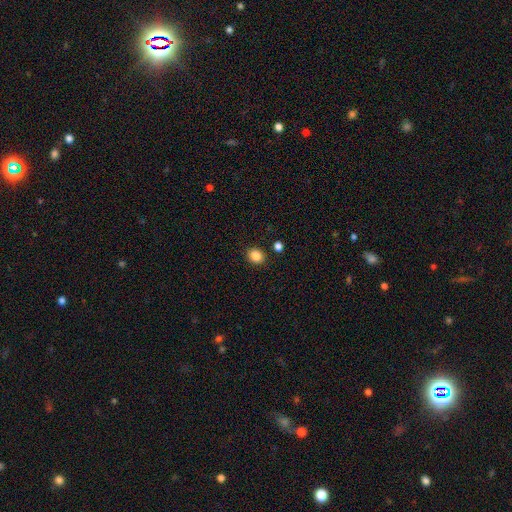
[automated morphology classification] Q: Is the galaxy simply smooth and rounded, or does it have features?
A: smooth — 86%.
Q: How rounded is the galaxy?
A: round — 64%.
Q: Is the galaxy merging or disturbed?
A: none — 88%.